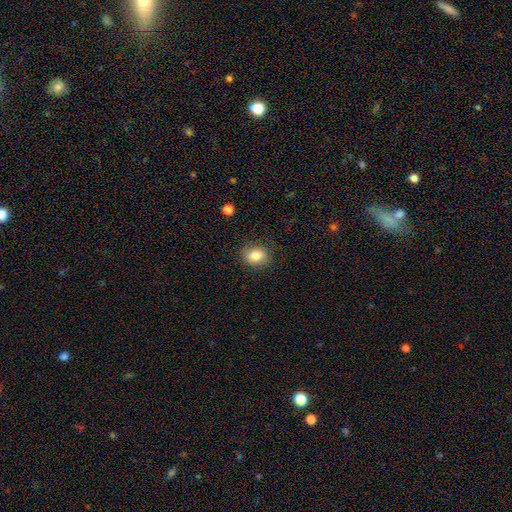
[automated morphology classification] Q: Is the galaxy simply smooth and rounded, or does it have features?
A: smooth — 82%.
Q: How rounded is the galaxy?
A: round — 51%.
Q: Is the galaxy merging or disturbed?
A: none — 84%.